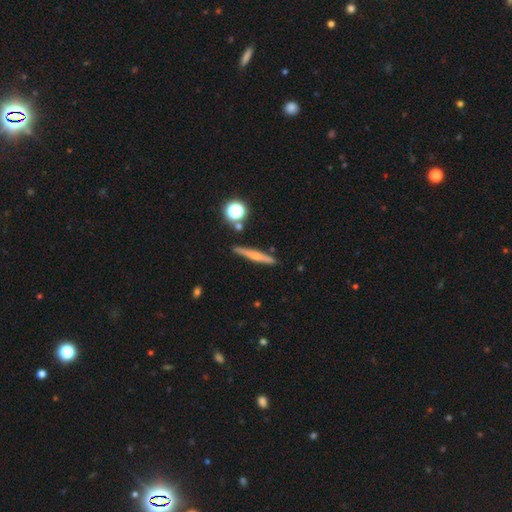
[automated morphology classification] featured or disk 49%, smooth 42%, star or artifact 9%. Down the decision tree: merging — none (86%).